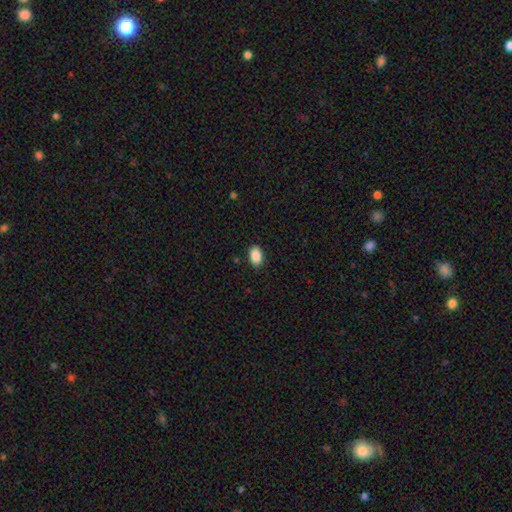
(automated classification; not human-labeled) Smooth or featured? smooth (89%)
How rounded? in between (88%)
Merging? none (88%)